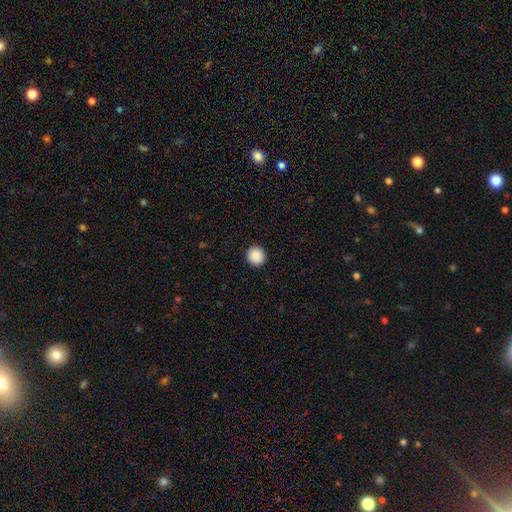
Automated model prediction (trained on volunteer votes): The model was most divided on "smooth or featured": smooth: 89%, star or artifact: 8%, featured or disk: 2%. More confident: how rounded — round (95%); merging — none (93%).